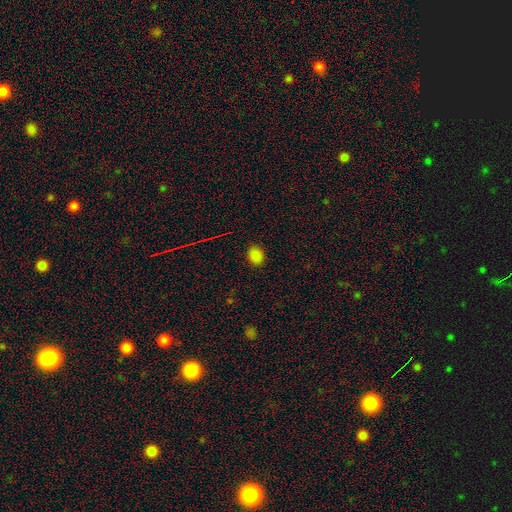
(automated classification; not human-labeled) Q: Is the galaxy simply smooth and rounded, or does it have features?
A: smooth — 82%.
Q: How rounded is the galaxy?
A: in between — 56%.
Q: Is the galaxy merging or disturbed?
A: none — 88%.